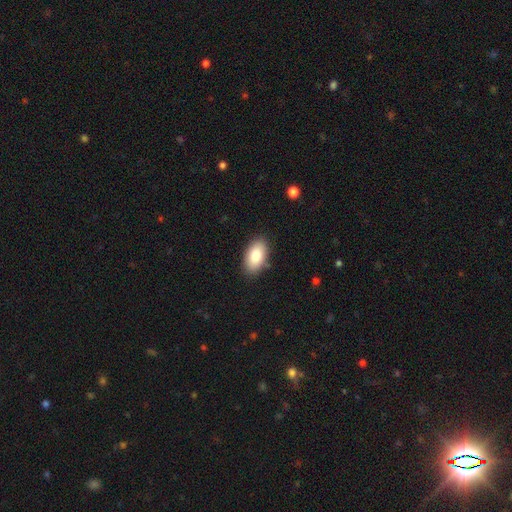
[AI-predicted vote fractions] smooth_or_featured: smooth (p=0.84) [alt: featured or disk p=0.09]
how_rounded: in between (p=0.94) [alt: round p=0.04]
merging: none (p=0.86) [alt: minor disturbance p=0.10]